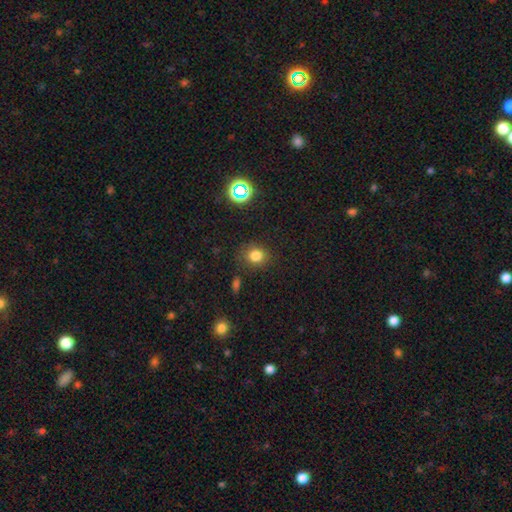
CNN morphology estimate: type=smooth (79%); roundness=round (77%); merging=none (82%).